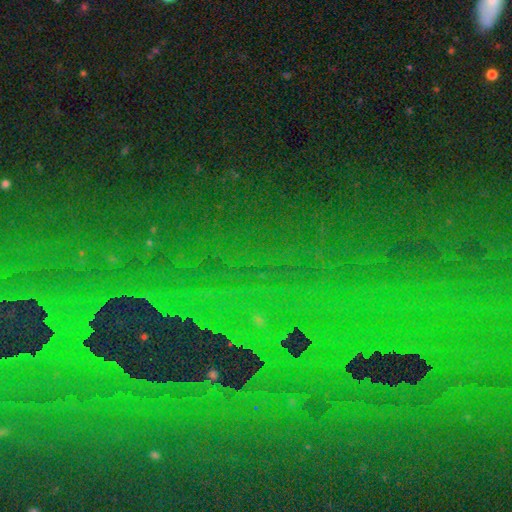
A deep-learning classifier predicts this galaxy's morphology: A star or artifact, not a galaxy (83%).

Vote fractions:
- Smooth or featured? star or artifact: 83% / featured or disk: 9% / smooth: 8%